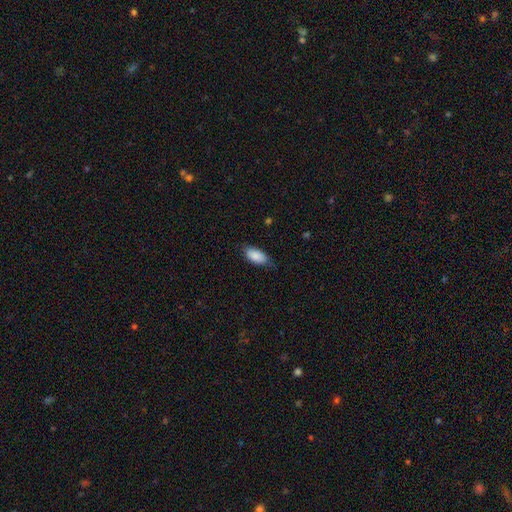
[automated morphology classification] This is clearly a smooth galaxy (87%). How rounded: clearly in between (92%). Merging: likely none (72%).